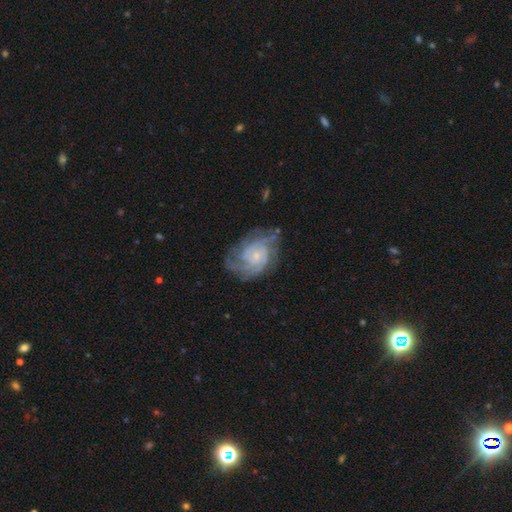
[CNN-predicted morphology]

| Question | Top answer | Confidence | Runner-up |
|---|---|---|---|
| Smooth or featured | featured or disk | 85% | smooth (9%) |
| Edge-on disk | no | 98% | yes (2%) |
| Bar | no | 72% | weak (24%) |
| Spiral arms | yes | 96% | no (4%) |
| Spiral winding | tight | 59% | medium (33%) |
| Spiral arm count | can't tell | 28% | 3 (23%) |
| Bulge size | small | 70% | moderate (21%) |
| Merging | none | 67% | minor disturbance (21%) |